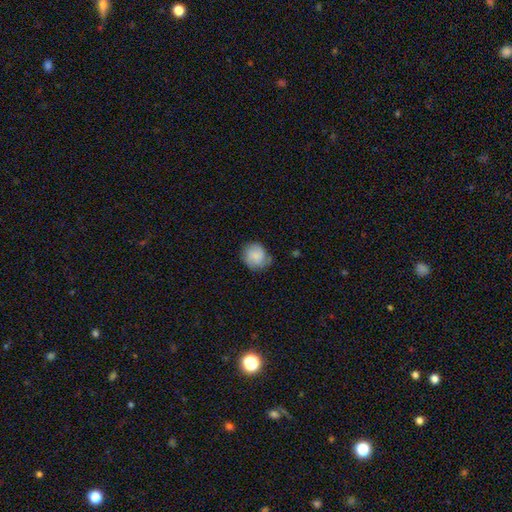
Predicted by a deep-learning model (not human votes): This appears to be a smooth galaxy with no disk features (74%) that is round (77%). Merging: none (61%).